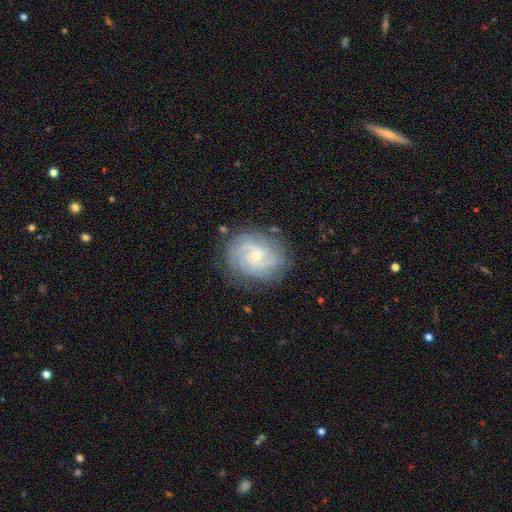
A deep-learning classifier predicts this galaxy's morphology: Overall: featured or disk (81%). Edge-on disk: no (97%). Bar: no (66%; weak 29%). Spiral arms: yes (96%). Spiral arm count: can't tell (30%; 4 20%). Spiral winding: tight (72%). Bulge size: small (78%). Merging: none (82%).